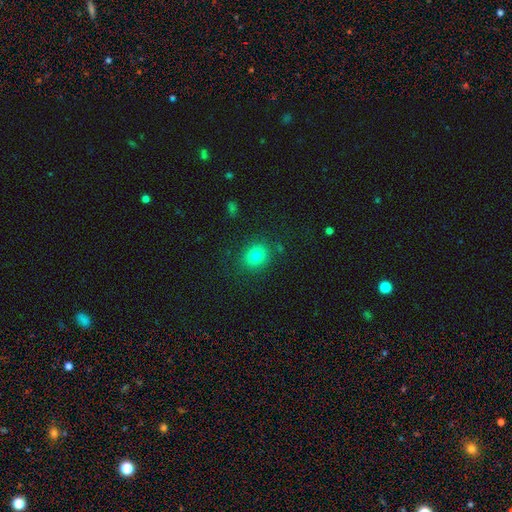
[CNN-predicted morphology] Overall: smooth (80%). How rounded: round (65%; in between 34%). Merging: none (84%).